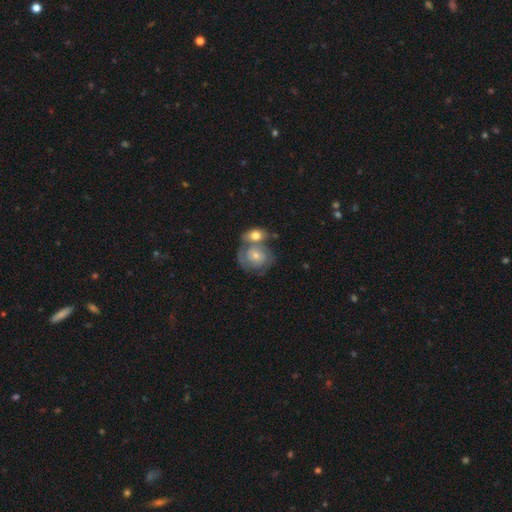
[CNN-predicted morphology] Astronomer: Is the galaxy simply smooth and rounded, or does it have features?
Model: featured or disk — 62%.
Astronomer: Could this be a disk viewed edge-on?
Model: no — 97%.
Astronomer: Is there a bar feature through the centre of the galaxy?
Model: no — 81%.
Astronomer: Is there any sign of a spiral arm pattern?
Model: yes — 78%.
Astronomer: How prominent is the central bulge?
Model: small — 51% (runner-up: moderate, 41%).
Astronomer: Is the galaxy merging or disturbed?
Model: merger — 50% (runner-up: none, 31%).